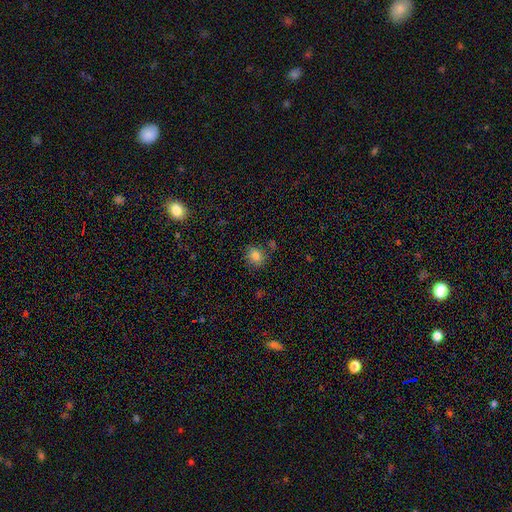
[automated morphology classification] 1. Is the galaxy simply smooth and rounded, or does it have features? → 80% smooth, 12% star or artifact, 7% featured or disk.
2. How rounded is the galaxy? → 72% round, 27% in between, 1% cigar-shaped.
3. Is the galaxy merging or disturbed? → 76% none, 15% minor disturbance, 5% merger, 4% major disturbance.